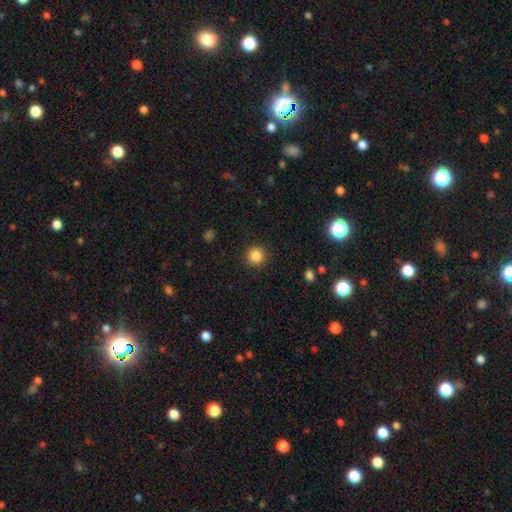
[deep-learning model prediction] A smooth galaxy with no disk features (85%) that is round (94%).

Vote fractions:
- Smooth or featured? smooth: 85% / star or artifact: 11% / featured or disk: 4%
- How rounded? round: 94% / in between: 5% / cigar-shaped: 1%
- Merging? none: 91% / minor disturbance: 5% / major disturbance: 2% / merger: 1%